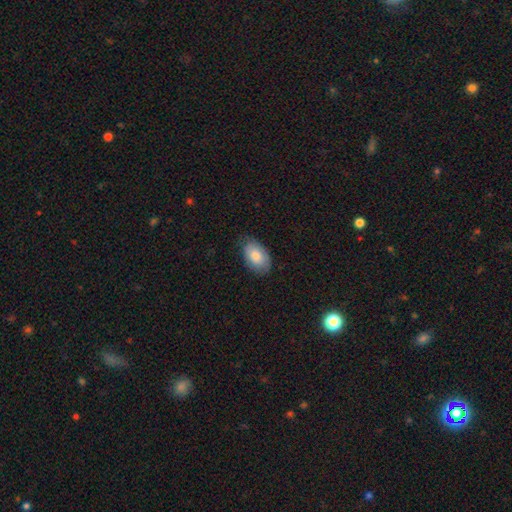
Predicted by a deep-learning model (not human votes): This appears to be a smooth galaxy with no disk features (80%) that is in between round and cigar-shaped (92%). Merging: none (74%).